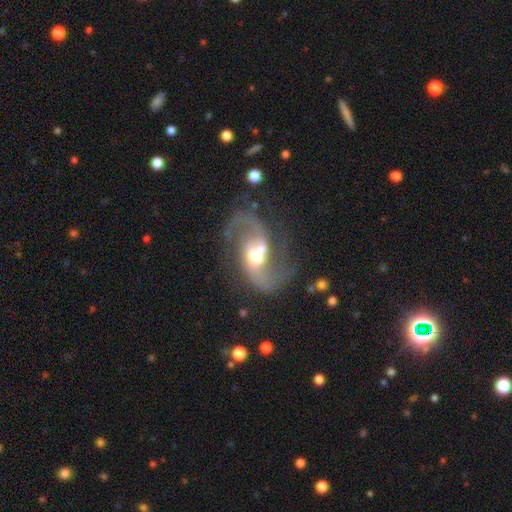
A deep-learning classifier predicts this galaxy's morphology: smooth_or_featured: featured or disk (p=0.88) [alt: star or artifact p=0.06]
disk_edge_on: no (p=0.98) [alt: yes p=0.02]
bar: no (p=0.44) [alt: weak p=0.38]
has_spiral_arms: yes (p=0.96) [alt: no p=0.04]
spiral_winding: loose (p=0.47) [alt: medium p=0.45]
spiral_arm_count: 2 (p=0.92) [alt: 1 p=0.03]
bulge_size: moderate (p=0.62) [alt: small p=0.17]
merging: none (p=0.56) [alt: merger p=0.16]